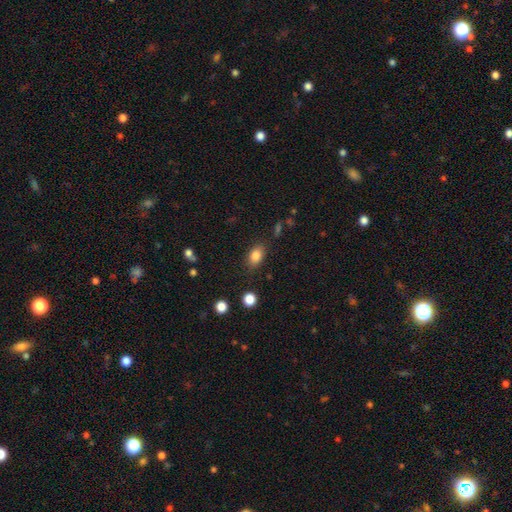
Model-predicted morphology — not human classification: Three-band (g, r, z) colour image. It shows a smooth galaxy with no disk features (84%) that is in between round and cigar-shaped (81%). Merging: none (80%).